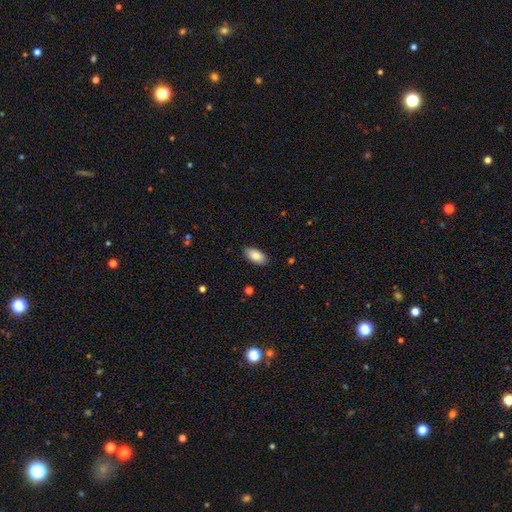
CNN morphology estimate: Smooth or featured? smooth (84%)
How rounded? in between (94%)
Merging? none (87%)